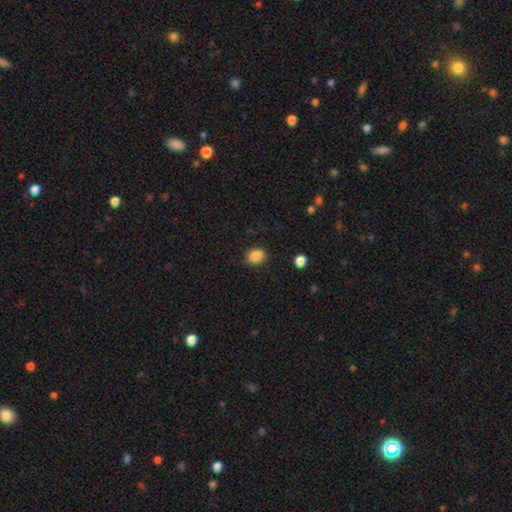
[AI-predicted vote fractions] The model was most divided on "how rounded": in between: 51%, round: 48%, cigar-shaped: 1%. More confident: smooth or featured — smooth (87%); merging — none (85%).